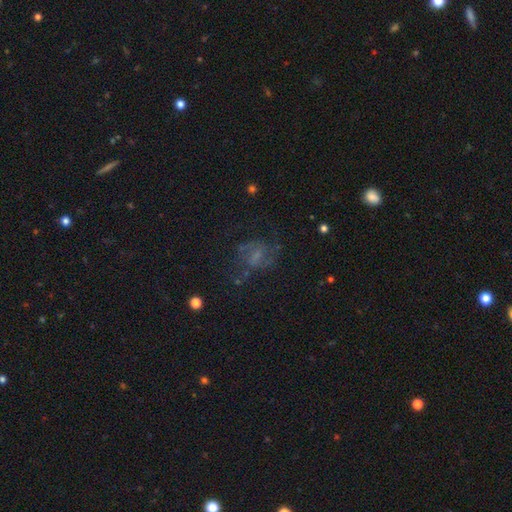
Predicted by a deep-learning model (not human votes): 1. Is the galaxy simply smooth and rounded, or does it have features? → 56% featured or disk, 26% smooth, 18% star or artifact.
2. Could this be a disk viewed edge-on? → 97% no, 3% yes.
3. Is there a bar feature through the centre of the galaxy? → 46% no, 43% weak, 11% strong.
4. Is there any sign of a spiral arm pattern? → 74% yes, 26% no.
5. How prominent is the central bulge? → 38% none (tied), 38% small (tied), 20% moderate, 4% large, 1% dominant.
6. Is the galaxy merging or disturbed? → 53% none, 24% major disturbance, 20% minor disturbance, 3% merger.